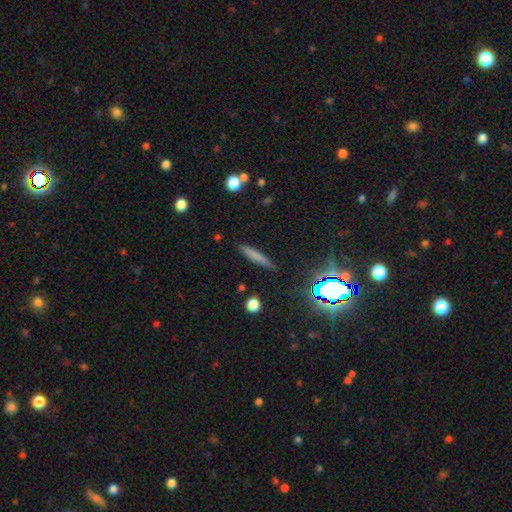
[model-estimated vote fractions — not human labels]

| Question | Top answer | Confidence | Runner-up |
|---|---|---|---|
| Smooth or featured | smooth | 70% | featured or disk (18%) |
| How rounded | cigar-shaped | 91% | in between (7%) |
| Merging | none | 87% | minor disturbance (9%) |